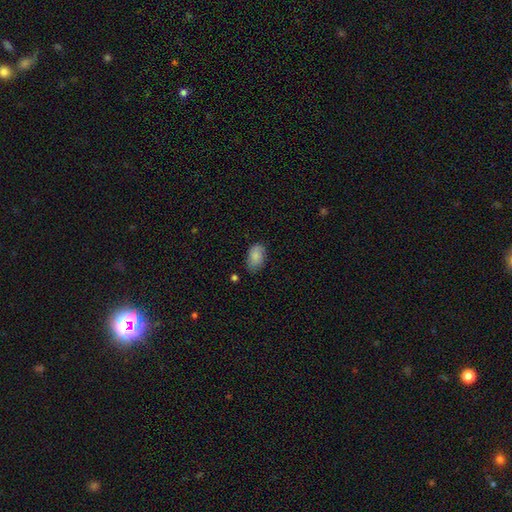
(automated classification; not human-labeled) smooth_or_featured: smooth (p=0.82) [alt: featured or disk p=0.10]
how_rounded: in between (p=0.90) [alt: round p=0.09]
merging: none (p=0.70) [alt: minor disturbance p=0.24]